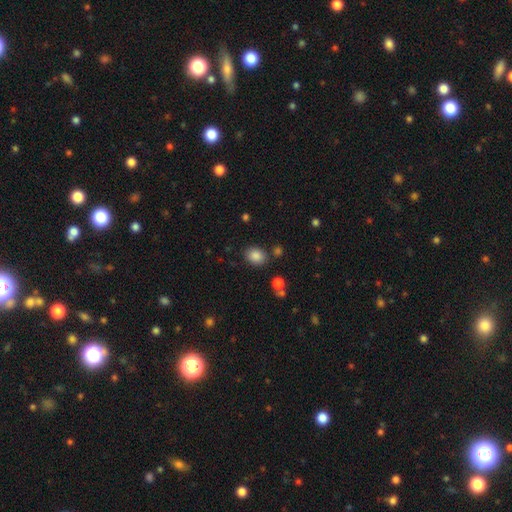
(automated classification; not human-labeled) Smooth or featured? smooth (86%)
How rounded? in between (53%)
Merging? none (81%)